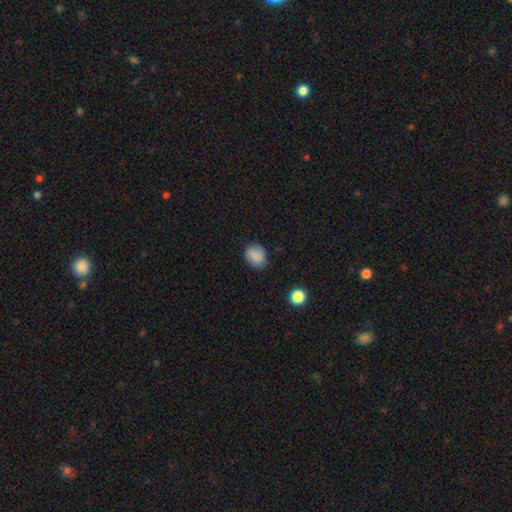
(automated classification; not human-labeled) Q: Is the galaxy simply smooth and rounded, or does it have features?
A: smooth — 85%.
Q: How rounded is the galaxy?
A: round — 51%.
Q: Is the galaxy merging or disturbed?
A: none — 78%.